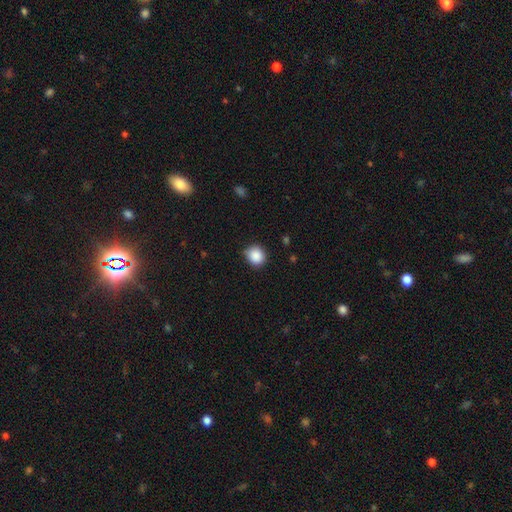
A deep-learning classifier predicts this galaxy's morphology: Smooth or featured? Predicted: smooth (p=0.88). How rounded? Predicted: round (p=0.83). Merging? Predicted: none (p=0.81).